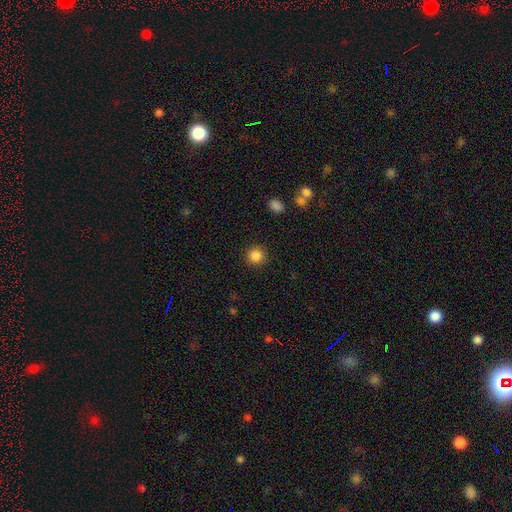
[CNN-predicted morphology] type=smooth (86%); roundness=round (95%); merging=none (91%).